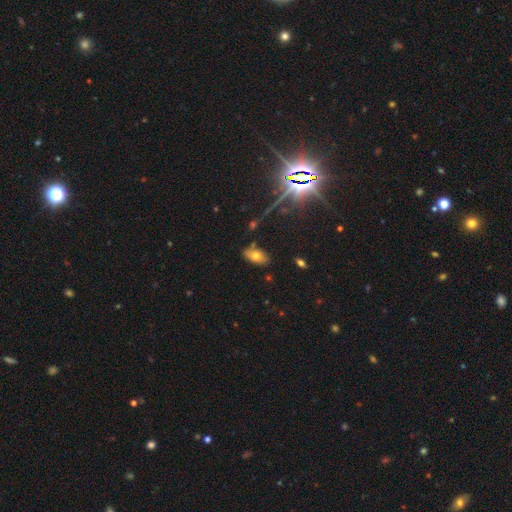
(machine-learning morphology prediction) Q: Smooth or featured?
A: smooth (65%); runner-up: star or artifact (18%)
Q: How rounded?
A: in between (91%); runner-up: round (5%)
Q: Merging?
A: none (79%); runner-up: minor disturbance (14%)